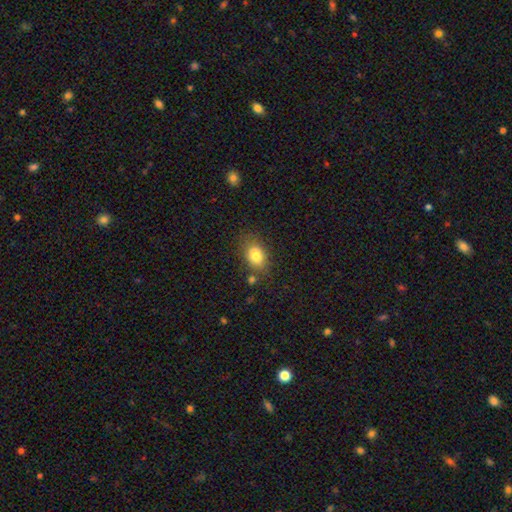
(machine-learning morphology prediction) smooth-or-featured: smooth: 81% | featured or disk: 10% | star or artifact: 9%
  how-rounded: in between: 79% | round: 19% | cigar-shaped: 2%
  merging: none: 73% | minor disturbance: 16% | merger: 6% | major disturbance: 5%